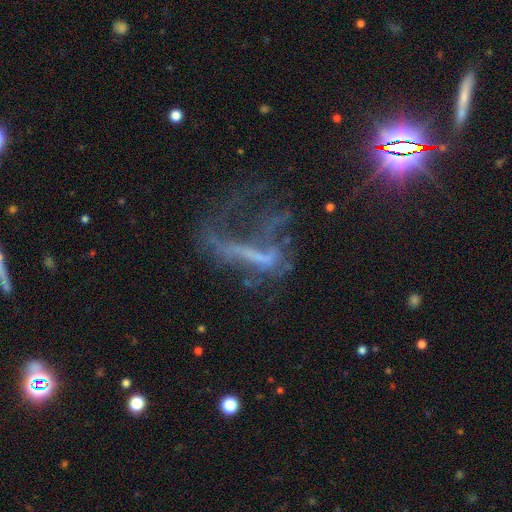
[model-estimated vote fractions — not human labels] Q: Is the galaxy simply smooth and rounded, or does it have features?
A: featured or disk — 55%.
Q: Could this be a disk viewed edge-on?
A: no — 82%.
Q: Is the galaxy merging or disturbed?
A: major disturbance — 54%.